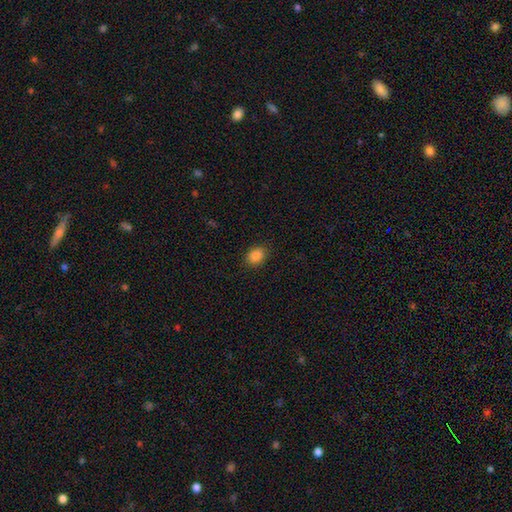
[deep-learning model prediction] Smooth or featured?
  - smooth: 87% *
  - star or artifact: 10%
  - featured or disk: 3%
How rounded?
  - in between: 64% *
  - round: 35%
  - cigar-shaped: 1%
Merging?
  - none: 87% *
  - minor disturbance: 10%
  - major disturbance: 3%
  - merger: 1%